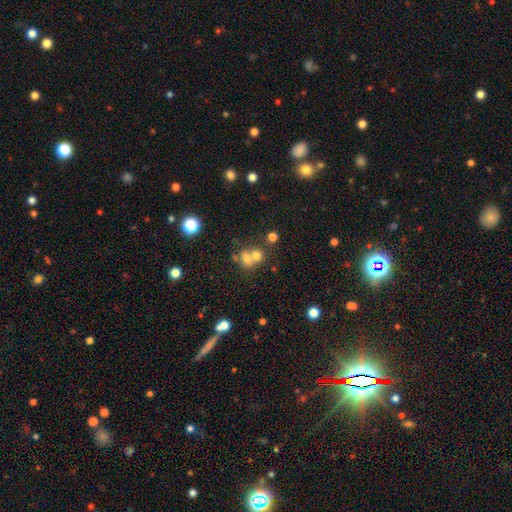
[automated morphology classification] Smooth or featured? smooth (58%)
How rounded? round (74%)
Merging? merger (51%)